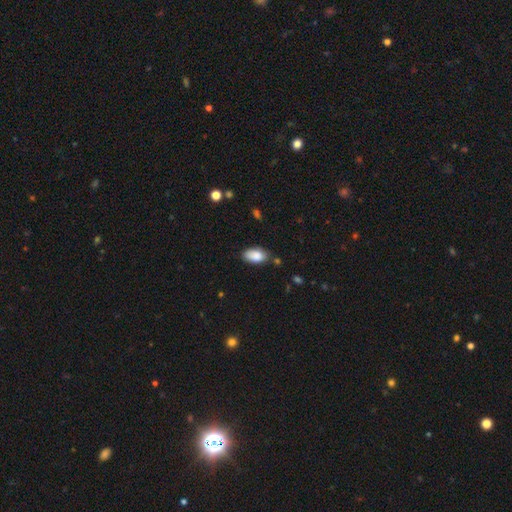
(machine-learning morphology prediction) Smooth or featured? smooth (87%)
How rounded? in between (94%)
Merging? none (73%)